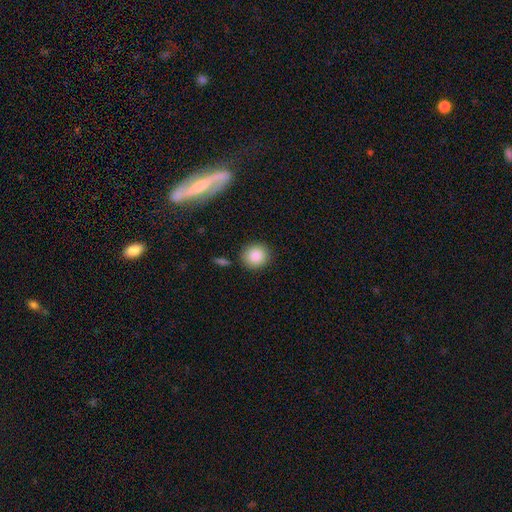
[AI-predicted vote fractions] A smooth galaxy with no disk features (87%) that is round (87%).

Vote fractions:
- Smooth or featured? smooth: 87% / star or artifact: 8% / featured or disk: 5%
- How rounded? round: 87% / in between: 12% / cigar-shaped: 1%
- Merging? none: 86% / minor disturbance: 8% / merger: 3% / major disturbance: 3%